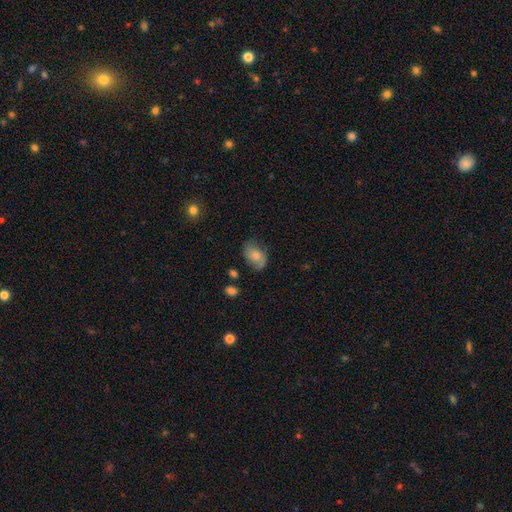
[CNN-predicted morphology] Smooth or featured? smooth (57%)
How rounded? in between (82%)
Merging? none (59%)